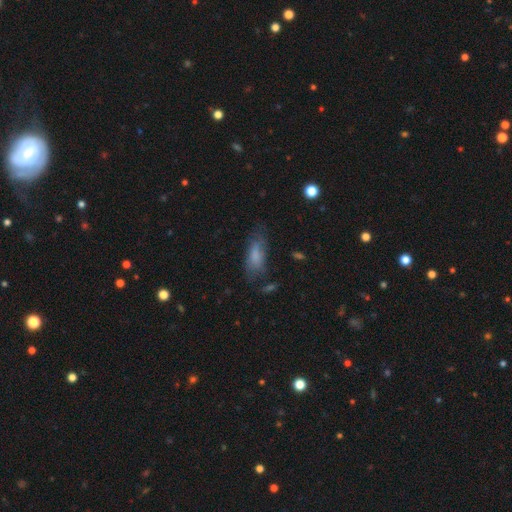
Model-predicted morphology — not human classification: smooth_or_featured: smooth (p=0.73) [alt: featured or disk p=0.18]
how_rounded: in between (p=0.72) [alt: cigar-shaped p=0.25]
merging: none (p=0.59) [alt: minor disturbance p=0.26]